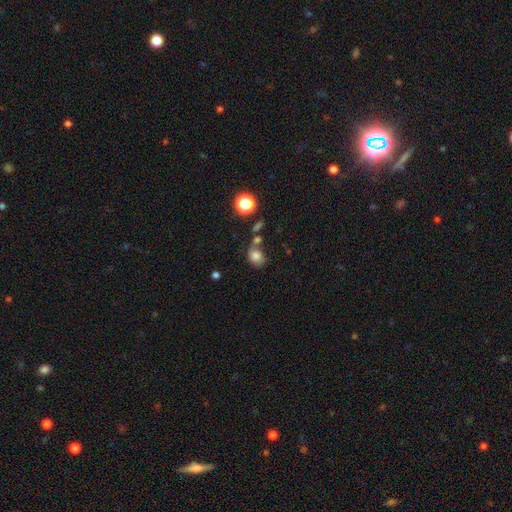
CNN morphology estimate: smooth-or-featured: smooth: 73% | featured or disk: 14% | star or artifact: 13%
  how-rounded: in between: 55% | round: 44% | cigar-shaped: 1%
  merging: none: 44% | merger: 25% | minor disturbance: 20% | major disturbance: 11%